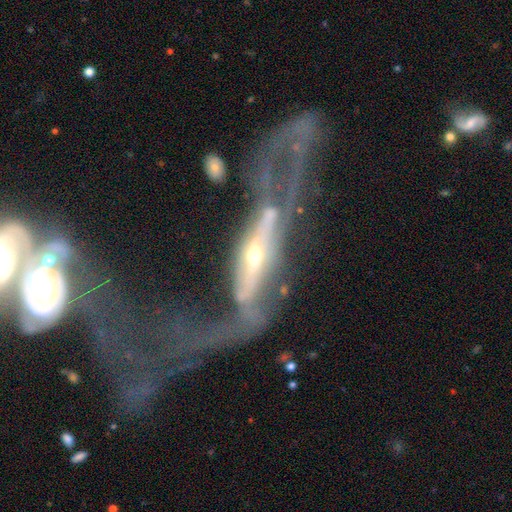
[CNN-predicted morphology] This appears to be a featured or disk galaxy (78%). Merging: major disturbance (53%).